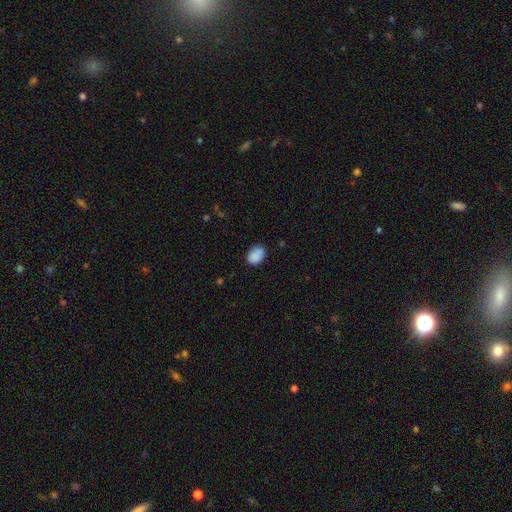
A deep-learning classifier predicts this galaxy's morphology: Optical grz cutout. It shows a smooth galaxy with no disk features (87%) that is in between round and cigar-shaped (72%). Merging: none (75%).